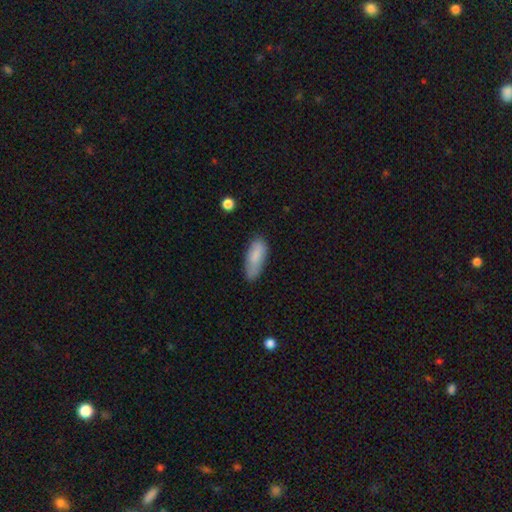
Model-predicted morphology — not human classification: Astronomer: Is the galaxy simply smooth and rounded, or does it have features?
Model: smooth — 83%.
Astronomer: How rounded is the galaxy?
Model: in between — 74%.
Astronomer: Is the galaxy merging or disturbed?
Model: none — 71%.